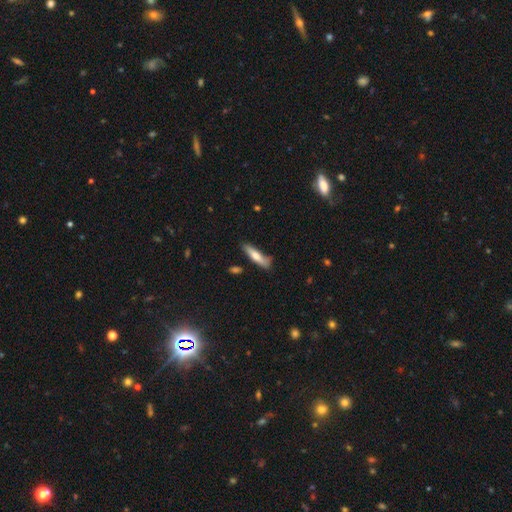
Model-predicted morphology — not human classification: The model was most divided on "smooth or featured": smooth: 64%, featured or disk: 30%, star or artifact: 6%. More confident: how rounded — cigar-shaped (76%); merging — none (68%).